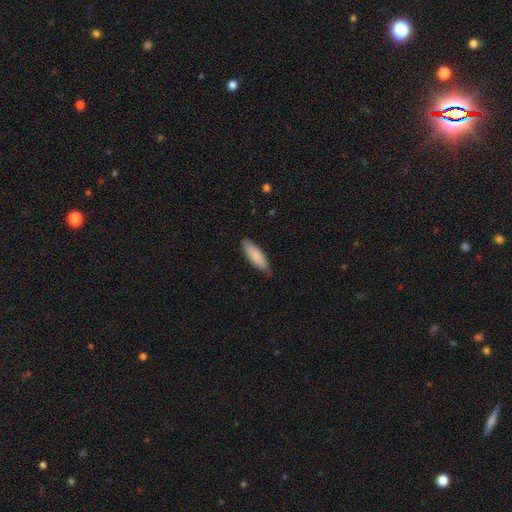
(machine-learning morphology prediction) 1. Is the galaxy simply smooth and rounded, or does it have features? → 86% smooth, 9% featured or disk, 5% star or artifact.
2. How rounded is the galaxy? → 58% in between, 41% cigar-shaped, 1% round.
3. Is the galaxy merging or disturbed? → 82% none, 15% minor disturbance, 2% major disturbance, 1% merger.